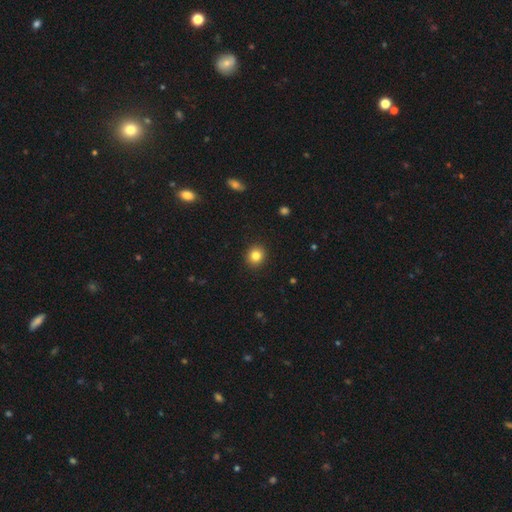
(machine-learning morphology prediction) Overall: smooth (82%). How rounded: round (86%). Merging: none (92%).